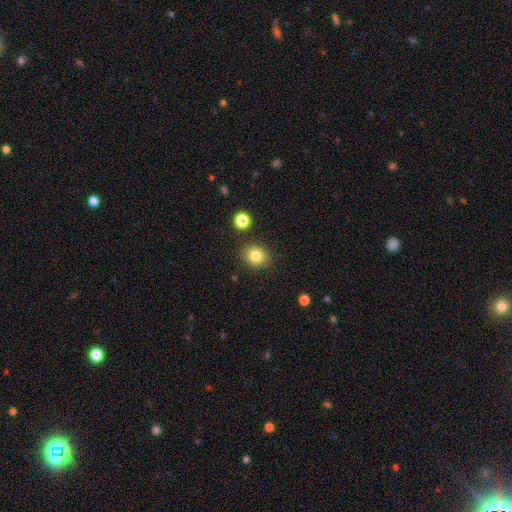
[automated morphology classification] Overall: smooth (82%). How rounded: round (77%). Merging: none (86%).